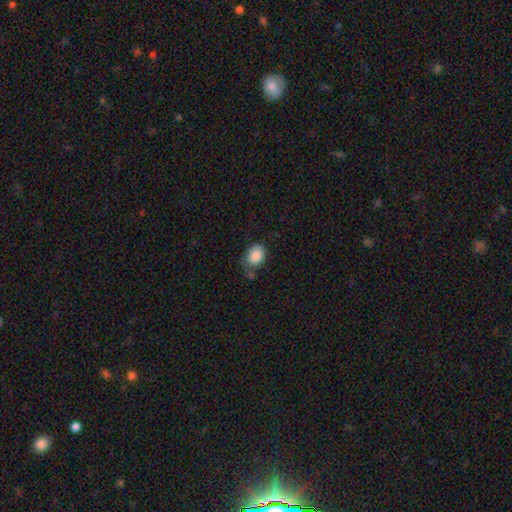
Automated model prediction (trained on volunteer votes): This is clearly a smooth galaxy (86%). How rounded: likely in between (69%). Merging: possibly none (56%).